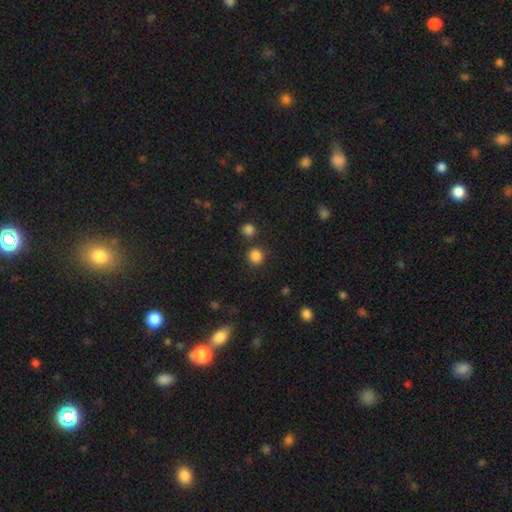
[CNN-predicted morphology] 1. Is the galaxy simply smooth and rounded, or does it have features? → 85% smooth, 12% star or artifact, 3% featured or disk.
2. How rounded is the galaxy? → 91% round, 8% in between, 1% cigar-shaped.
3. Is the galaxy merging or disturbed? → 83% none, 7% minor disturbance, 7% merger, 3% major disturbance.